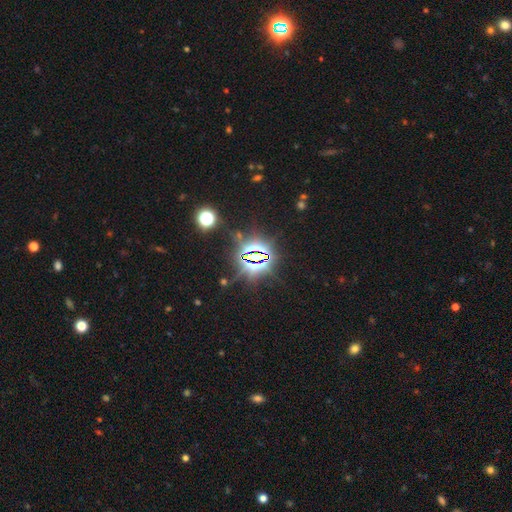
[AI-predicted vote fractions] Q: Smooth or featured?
A: star or artifact (83%); runner-up: smooth (10%)